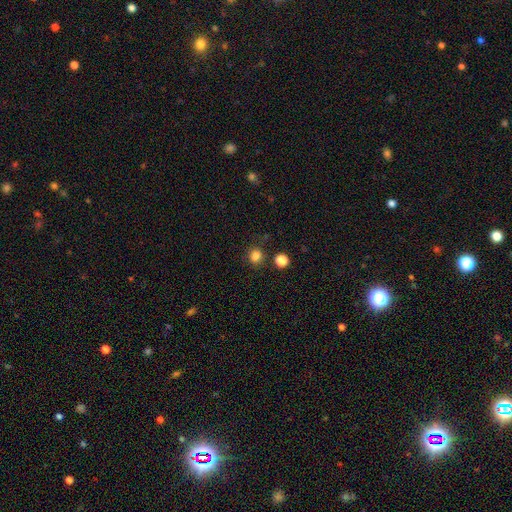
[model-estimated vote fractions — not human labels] smooth-or-featured: smooth: 82% | star or artifact: 14% | featured or disk: 4%
  how-rounded: round: 72% | in between: 27% | cigar-shaped: 1%
  merging: none: 79% | minor disturbance: 11% | merger: 7% | major disturbance: 4%